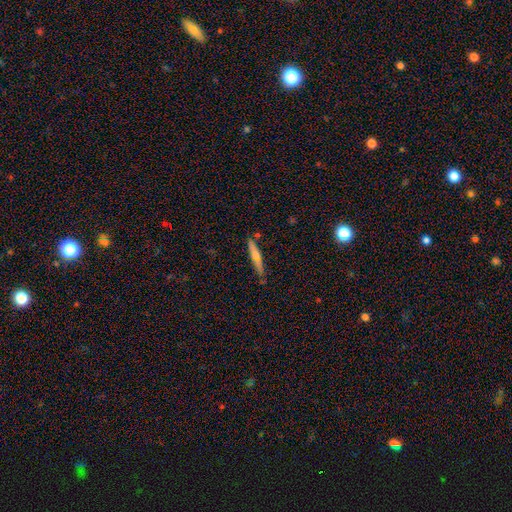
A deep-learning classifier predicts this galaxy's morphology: smooth 51%, featured or disk 42%, star or artifact 7%. Down the decision tree: how rounded — cigar-shaped (92%); merging — none (80%).